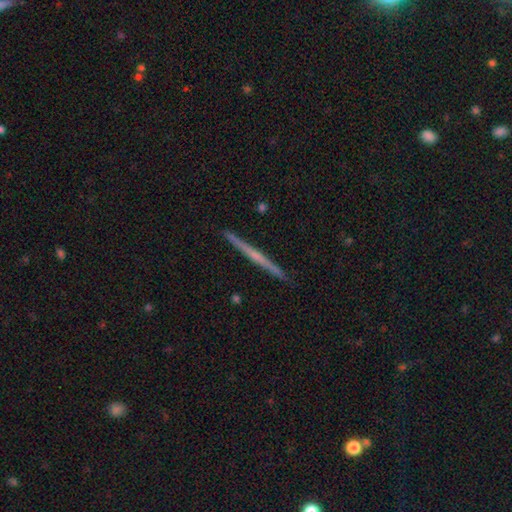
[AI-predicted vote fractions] This appears to be a featured or disk galaxy (66%) viewed edge-on (98%) with no central bulge (68%). Merging: none (93%).